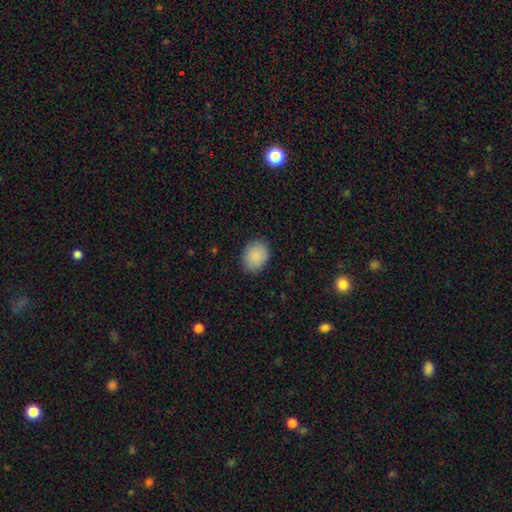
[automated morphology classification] Smooth or featured? smooth (89%)
How rounded? in between (58%)
Merging? none (86%)